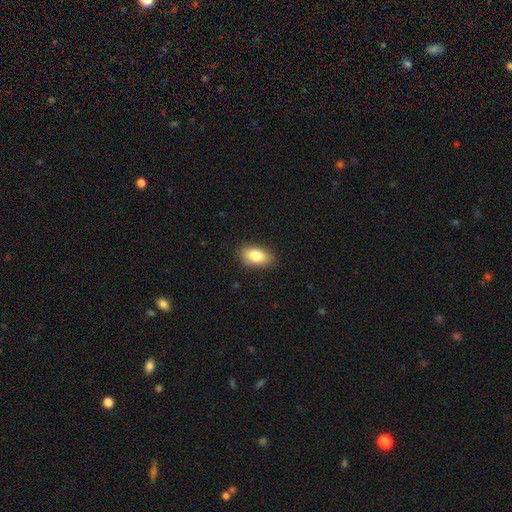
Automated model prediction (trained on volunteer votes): Smooth or featured? smooth (81%)
How rounded? in between (89%)
Merging? none (82%)